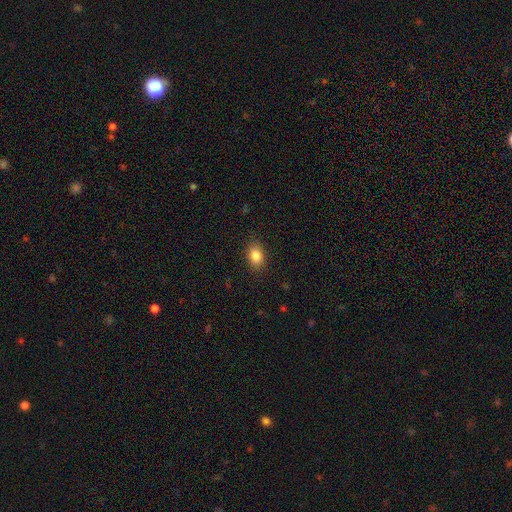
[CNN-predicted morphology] smooth 84%, star or artifact 9%, featured or disk 7%. Down the decision tree: how rounded — in between (75%); merging — none (87%).